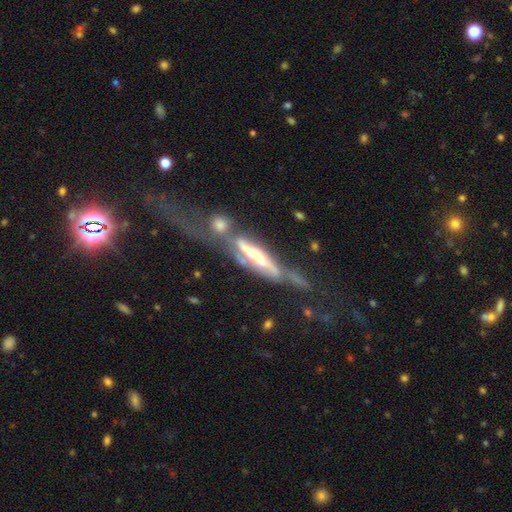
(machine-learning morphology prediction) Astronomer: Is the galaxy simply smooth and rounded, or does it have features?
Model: featured or disk — 76%.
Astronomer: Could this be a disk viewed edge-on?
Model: yes — 72%.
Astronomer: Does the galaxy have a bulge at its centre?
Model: rounded — 49% (runner-up: boxy, 33%).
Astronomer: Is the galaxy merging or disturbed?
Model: major disturbance — 32% (runner-up: merger, 30%).